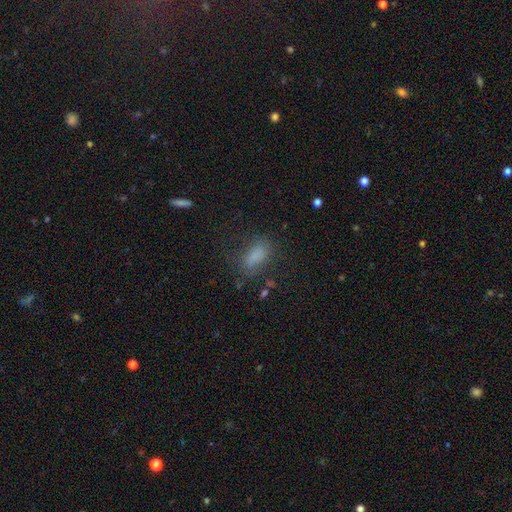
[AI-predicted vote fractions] This appears to be a smooth galaxy with no disk features (77%) that is in between round and cigar-shaped (84%). Merging: none (61%).